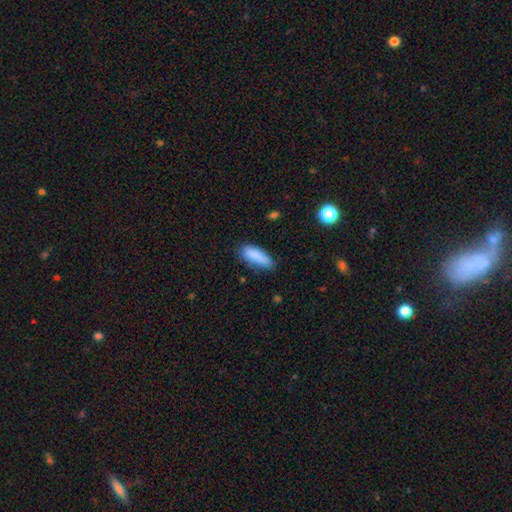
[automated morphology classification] A smooth galaxy with no disk features (86%) that is in between round and cigar-shaped (66%). Merging: none (67%).